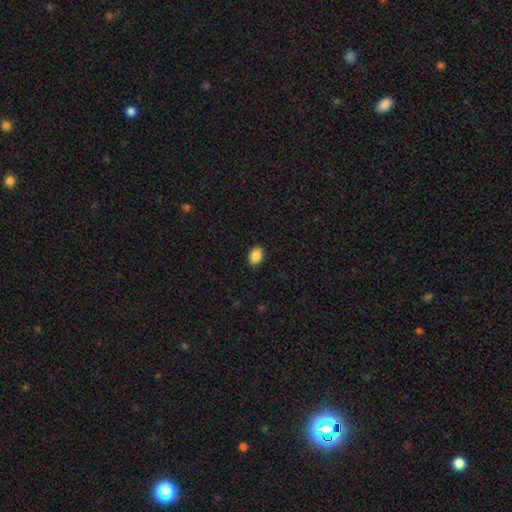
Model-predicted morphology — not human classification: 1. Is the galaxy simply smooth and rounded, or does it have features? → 88% smooth, 8% star or artifact, 4% featured or disk.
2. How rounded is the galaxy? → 81% in between, 18% round, 1% cigar-shaped.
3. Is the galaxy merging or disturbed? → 90% none, 7% minor disturbance, 2% major disturbance, 1% merger.